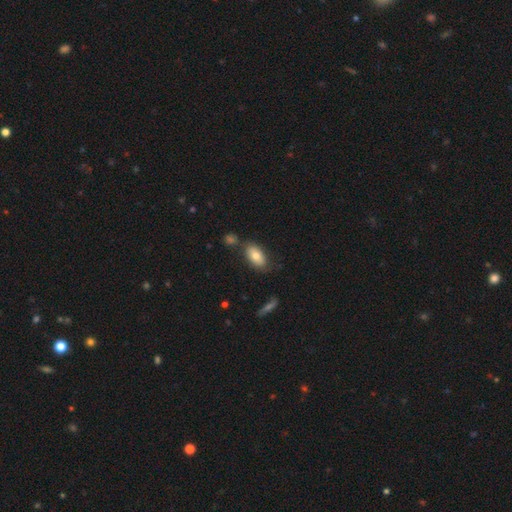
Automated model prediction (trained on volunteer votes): Smooth or featured? smooth (77%)
How rounded? in between (92%)
Merging? none (67%)